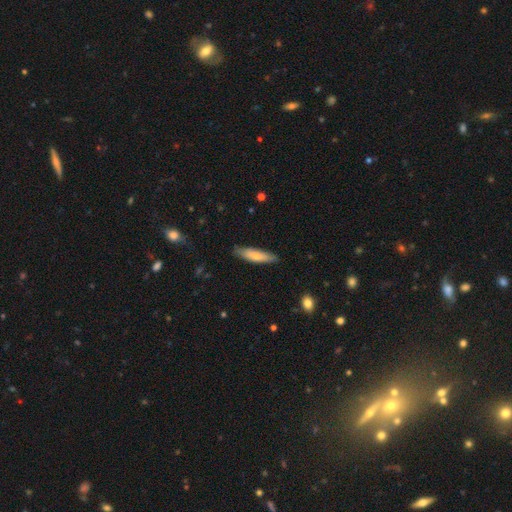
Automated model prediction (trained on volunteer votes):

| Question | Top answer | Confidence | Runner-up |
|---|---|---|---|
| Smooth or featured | smooth | 73% | featured or disk (21%) |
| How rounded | cigar-shaped | 75% | in between (23%) |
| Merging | none | 83% | minor disturbance (14%) |